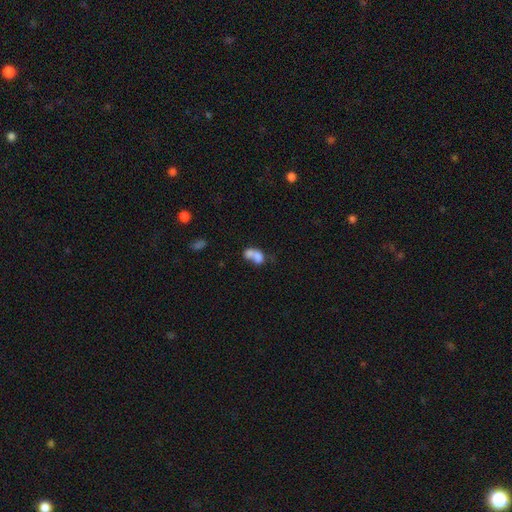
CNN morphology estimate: Smooth or featured? Predicted: smooth (p=0.71). How rounded? Predicted: in between (p=0.64). Merging? Predicted: merger (p=0.71).